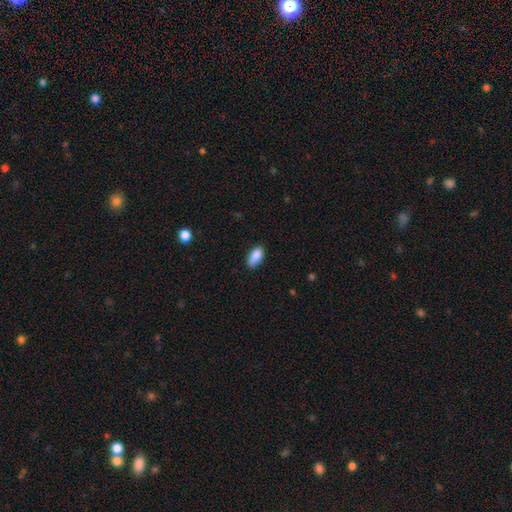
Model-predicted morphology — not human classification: A smooth galaxy with no disk features (87%) that is in between round and cigar-shaped (91%). Merging: none (70%).